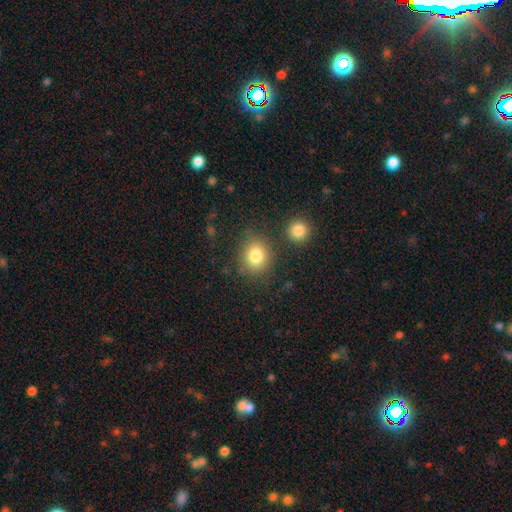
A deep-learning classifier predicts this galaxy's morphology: Overall: smooth (81%). How rounded: round (76%). Merging: none (79%).